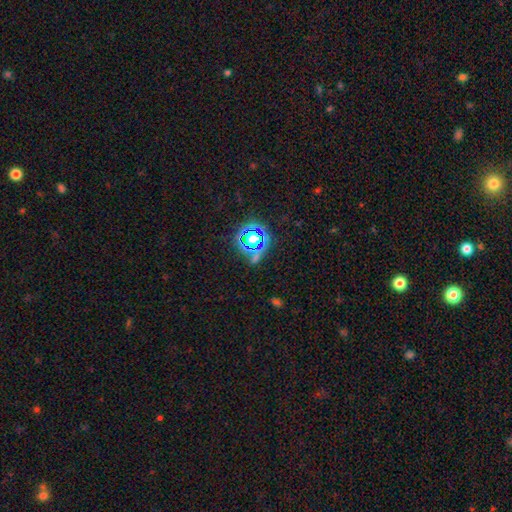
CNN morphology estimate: Smooth or featured? Predicted: star or artifact (p=0.73).